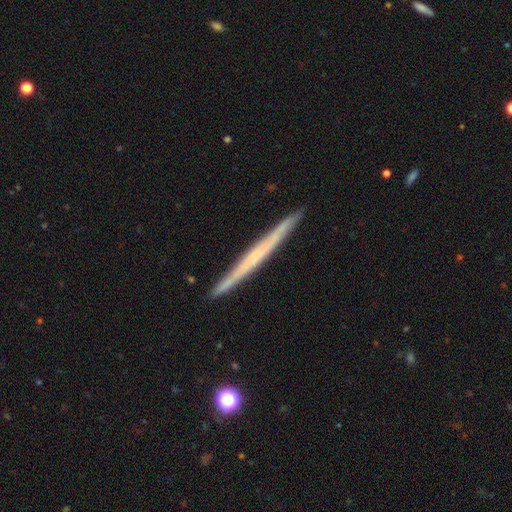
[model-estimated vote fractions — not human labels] Smooth or featured: featured or disk — 59% (smooth — 35%)
Edge-on disk: yes — 98% (no — 2%)
Edge-on bulge: none — 81% (rounded — 14%)
Merging: none — 92% (minor disturbance — 6%)